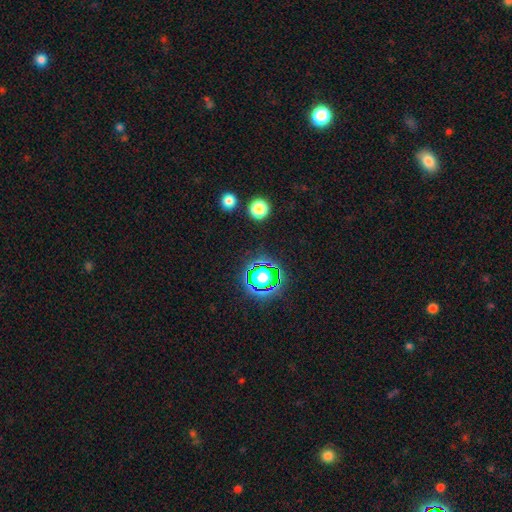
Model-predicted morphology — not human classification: Smooth or featured?
  - star or artifact: 76% *
  - smooth: 16%
  - featured or disk: 8%